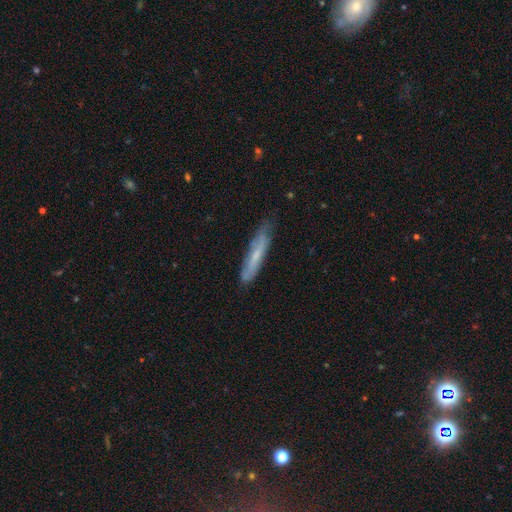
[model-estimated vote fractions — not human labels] smooth_or_featured: smooth (p=0.51) [alt: featured or disk p=0.42]
how_rounded: cigar-shaped (p=0.89) [alt: in between p=0.10]
merging: none (p=0.73) [alt: minor disturbance p=0.21]